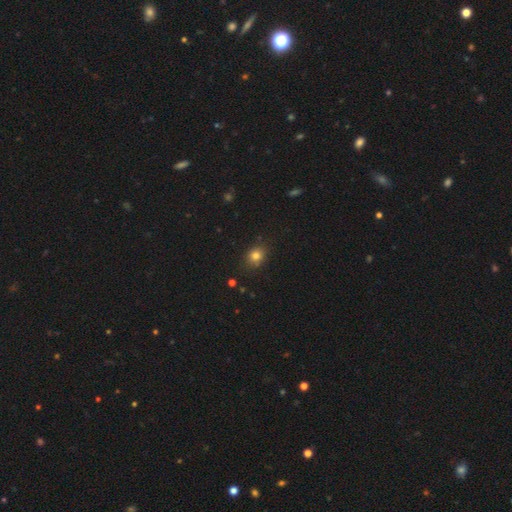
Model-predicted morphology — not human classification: Smooth or featured? smooth (81%)
How rounded? round (62%)
Merging? none (84%)